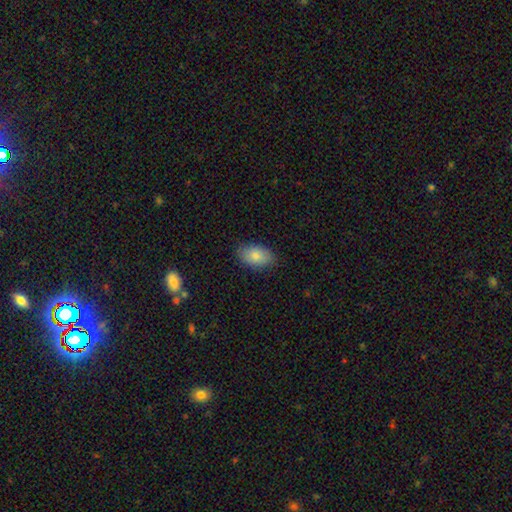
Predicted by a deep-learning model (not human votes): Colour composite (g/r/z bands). It shows a smooth galaxy with no disk features (84%) that is in between round and cigar-shaped (92%). Merging: none (83%).